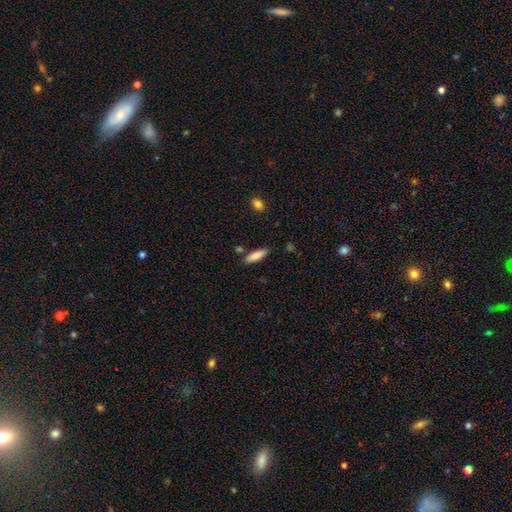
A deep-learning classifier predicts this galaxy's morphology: Smooth or featured? Predicted: smooth (p=0.84). How rounded? Predicted: cigar-shaped (p=0.56). Merging? Predicted: none (p=0.82).